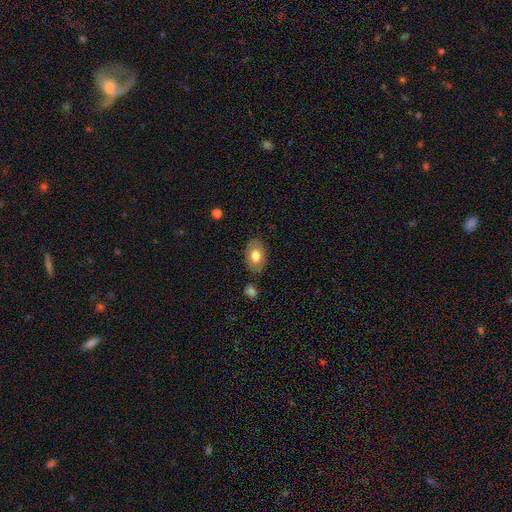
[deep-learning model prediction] This appears to be a smooth galaxy with no disk features (74%) that is in between round and cigar-shaped (84%). Merging: none (84%).